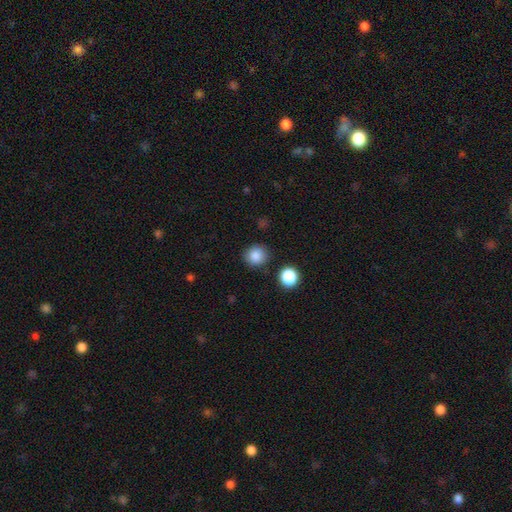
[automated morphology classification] Smooth or featured: smooth — 86% (star or artifact — 10%)
How rounded: round — 91% (in between — 8%)
Merging: none — 87% (minor disturbance — 7%)